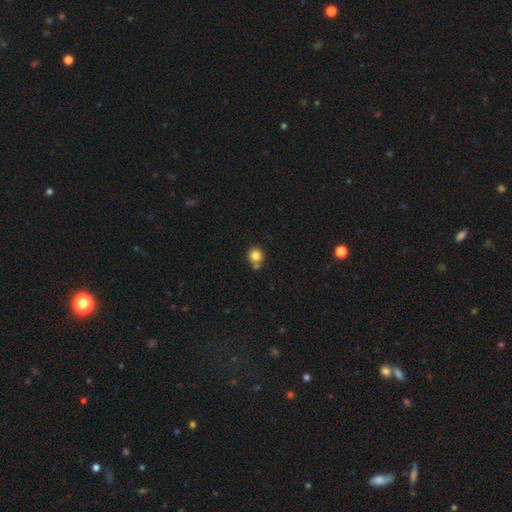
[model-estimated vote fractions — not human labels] A smooth galaxy with no disk features (82%) that is round (84%). Merging: none (63%).